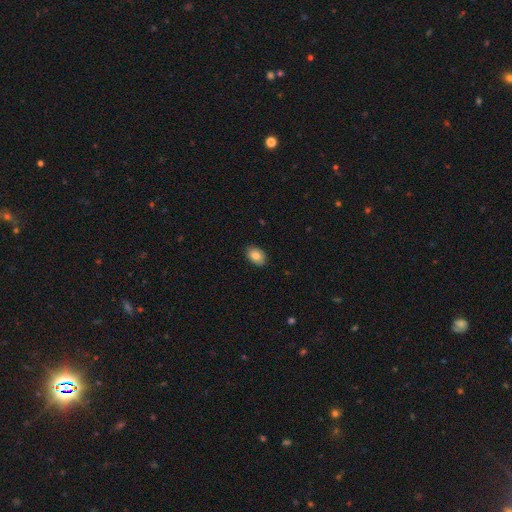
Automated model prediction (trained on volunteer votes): Overall: smooth (84%). How rounded: in between (86%). Merging: none (88%).